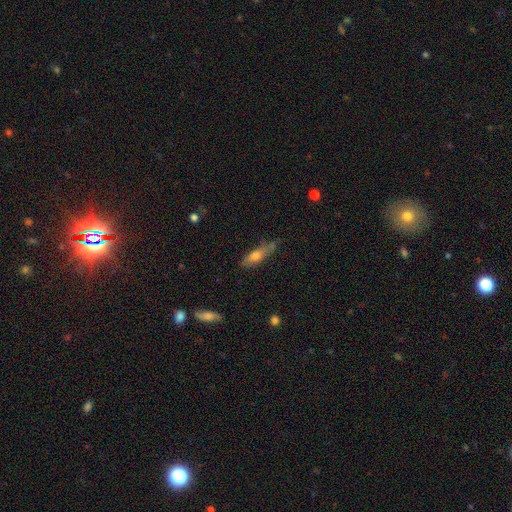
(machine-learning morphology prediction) Smooth or featured: smooth — 65% (featured or disk — 27%)
How rounded: cigar-shaped — 53% (in between — 44%)
Merging: none — 51% (minor disturbance — 34%)